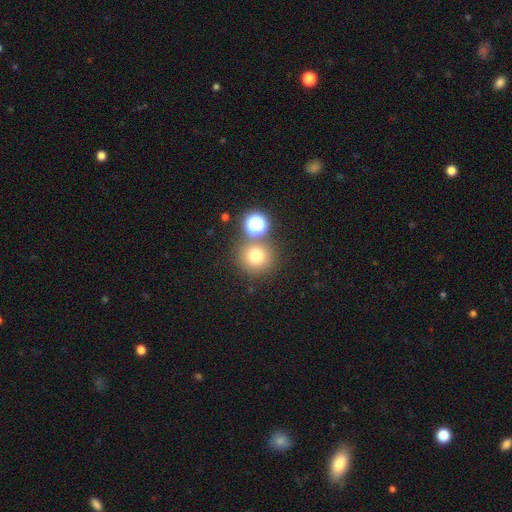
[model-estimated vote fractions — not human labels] Smooth or featured?
  - smooth: 74% *
  - star or artifact: 18%
  - featured or disk: 9%
How rounded?
  - round: 92% *
  - in between: 7%
  - cigar-shaped: 1%
Merging?
  - none: 74% *
  - merger: 15%
  - minor disturbance: 8%
  - major disturbance: 3%